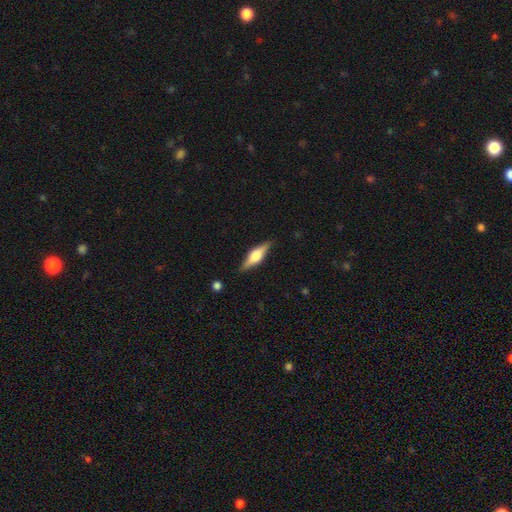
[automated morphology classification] Overall: featured or disk (61%; smooth 33%). Edge-on disk: yes (95%). Edge-on bulge: rounded (90%). Merging: none (87%).